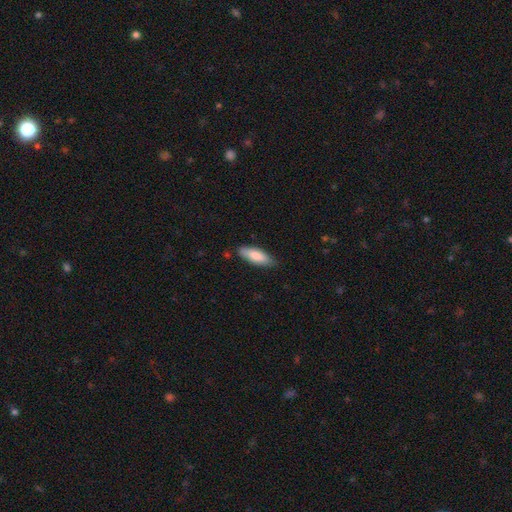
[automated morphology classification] The model was most divided on "how rounded": in between: 64%, cigar-shaped: 35%, round: 2%. More confident: smooth or featured — smooth (82%); merging — none (80%).